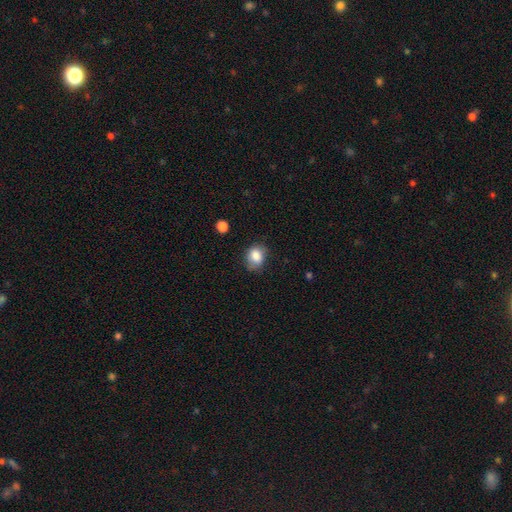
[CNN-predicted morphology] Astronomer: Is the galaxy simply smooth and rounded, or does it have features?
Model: smooth — 84%.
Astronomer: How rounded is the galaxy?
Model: in between — 52% (runner-up: round, 47%).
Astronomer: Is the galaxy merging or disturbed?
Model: none — 63%.